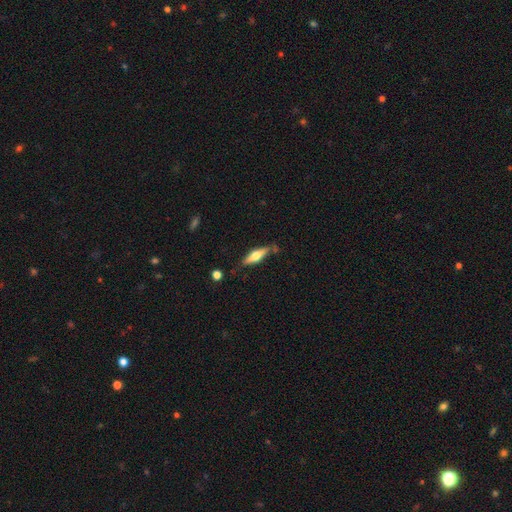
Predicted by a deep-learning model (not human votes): Morphology: type=featured or disk (51%); edge-on=yes (90%); merging=none (73%).